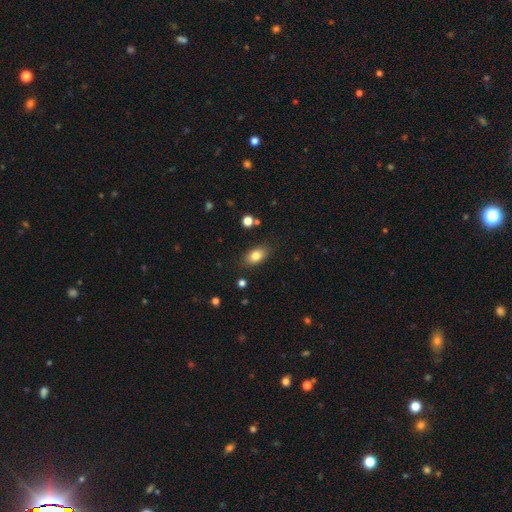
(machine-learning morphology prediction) smooth-or-featured: smooth: 82% | featured or disk: 10% | star or artifact: 9%
  how-rounded: in between: 87% | round: 10% | cigar-shaped: 3%
  merging: none: 84% | minor disturbance: 11% | major disturbance: 3% | merger: 2%